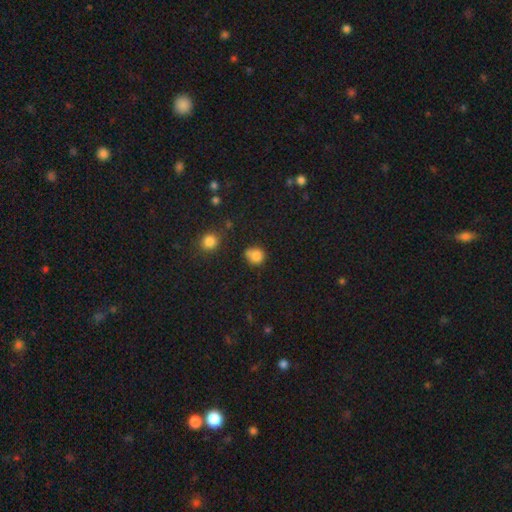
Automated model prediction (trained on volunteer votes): Morphology: type=smooth (82%); roundness=round (78%); merging=none (59%).